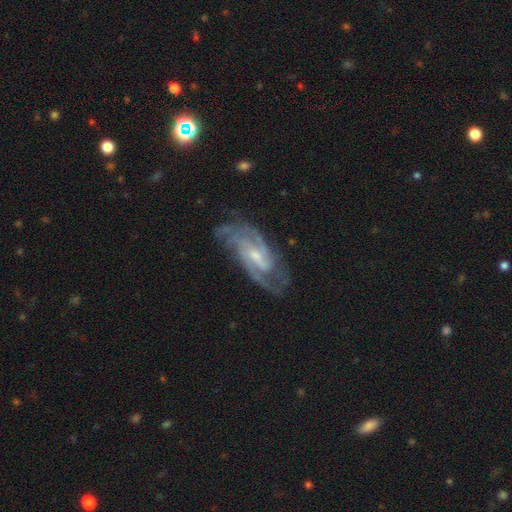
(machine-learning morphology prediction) featured or disk 86%, smooth 8%, star or artifact 6%. Down the decision tree: edge-on disk — no (93%); bar — weak (50%); spiral arms — yes (96%); spiral arm count — 2 (35%); spiral winding — medium (45%); bulge size — small (59%); merging — none (70%).